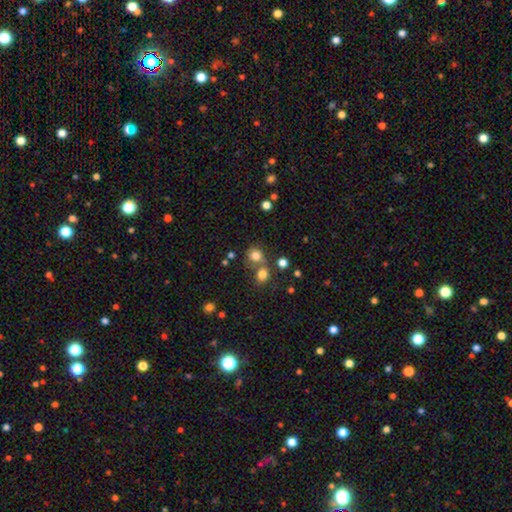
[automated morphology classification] The model was most divided on "merging": none: 57%, merger: 29%, minor disturbance: 10%, major disturbance: 4%. More confident: how rounded — round (82%); smooth or featured — smooth (77%).